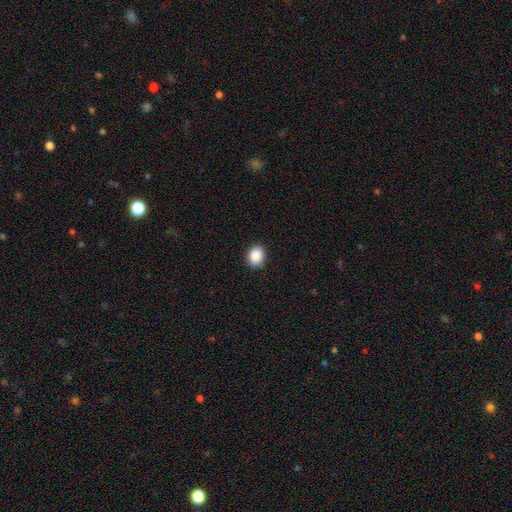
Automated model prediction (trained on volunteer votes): Smooth or featured?
  - smooth: 88% *
  - star or artifact: 8%
  - featured or disk: 3%
How rounded?
  - in between: 51% *
  - round: 48%
  - cigar-shaped: 1%
Merging?
  - none: 90% *
  - minor disturbance: 7%
  - major disturbance: 2%
  - merger: 1%